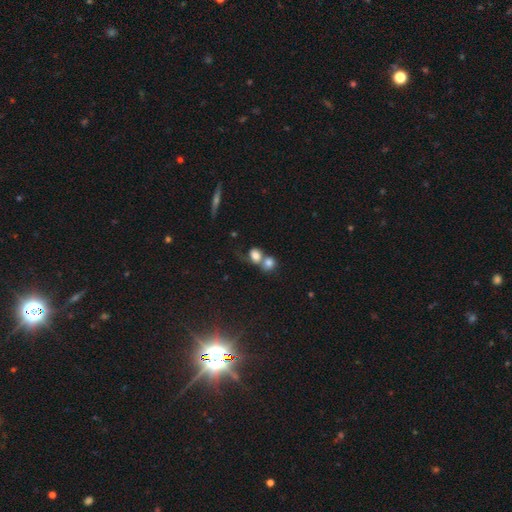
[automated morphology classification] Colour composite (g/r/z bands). It shows a smooth galaxy with no disk features (73%) that is round (67%). Merging: merger (66%).